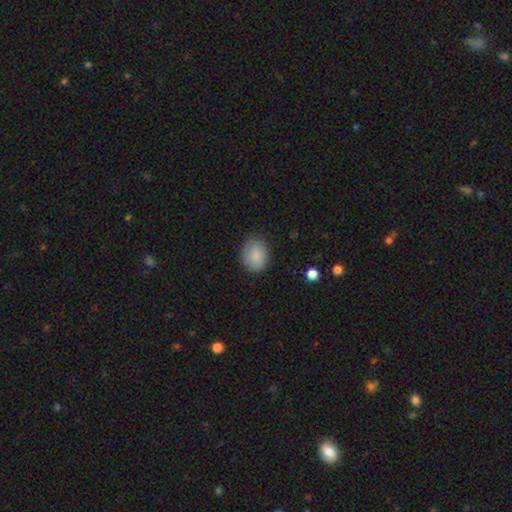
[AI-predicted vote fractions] Morphology: type=smooth (85%); roundness=in between (51%); merging=none (78%).